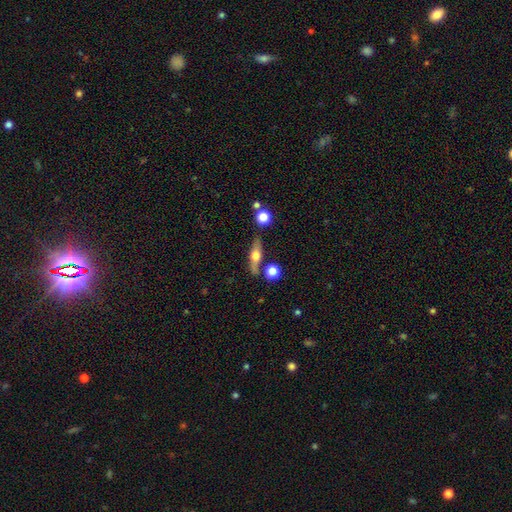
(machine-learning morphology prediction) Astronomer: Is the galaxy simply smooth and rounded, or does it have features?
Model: featured or disk — 52% (runner-up: smooth, 41%).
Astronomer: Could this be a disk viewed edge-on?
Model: yes — 87%.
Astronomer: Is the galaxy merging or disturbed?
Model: none — 75%.